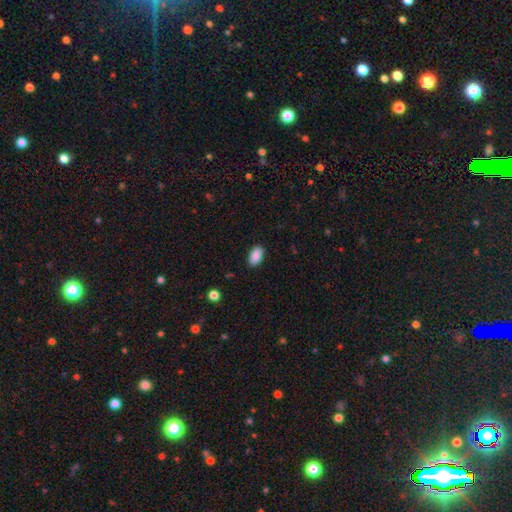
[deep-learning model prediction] Morphology: type=smooth (89%); roundness=in between (93%); merging=none (87%).